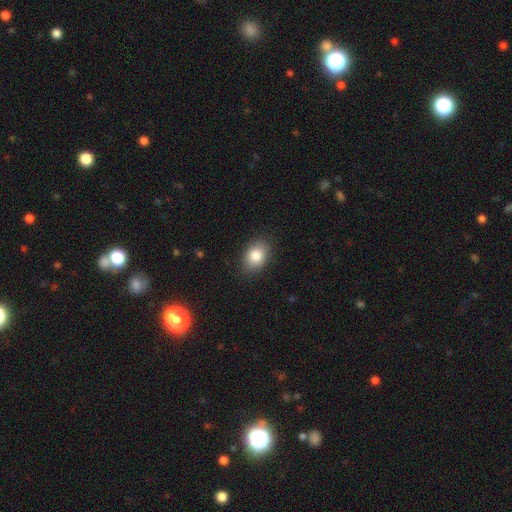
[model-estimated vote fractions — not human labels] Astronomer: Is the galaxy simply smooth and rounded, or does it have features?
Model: smooth — 84%.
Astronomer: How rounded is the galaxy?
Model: in between — 77%.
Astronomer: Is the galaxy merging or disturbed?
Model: none — 86%.